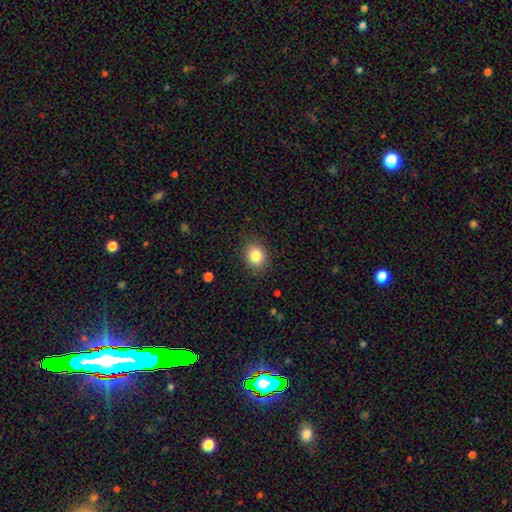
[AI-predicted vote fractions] smooth-or-featured: smooth: 83% | star or artifact: 10% | featured or disk: 7%
  how-rounded: round: 66% | in between: 33% | cigar-shaped: 1%
  merging: none: 87% | minor disturbance: 9% | major disturbance: 3% | merger: 1%